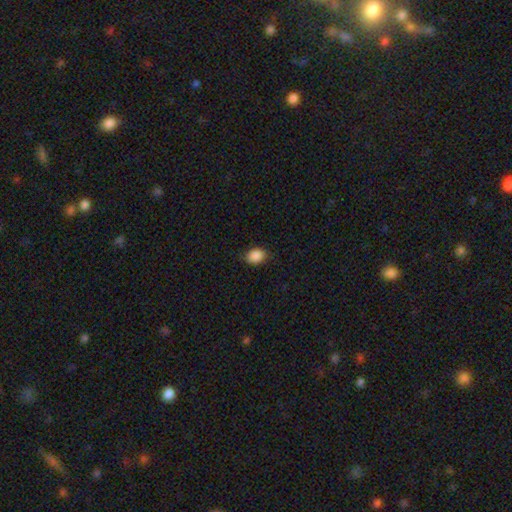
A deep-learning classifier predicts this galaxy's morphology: smooth-or-featured: smooth: 89% | star or artifact: 8% | featured or disk: 3%
  how-rounded: in between: 69% | round: 30% | cigar-shaped: 1%
  merging: none: 83% | minor disturbance: 13% | major disturbance: 3% | merger: 1%